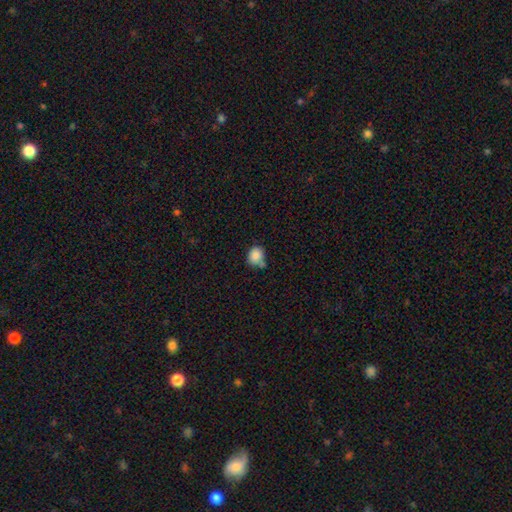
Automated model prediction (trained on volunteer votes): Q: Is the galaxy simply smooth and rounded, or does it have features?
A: smooth — 86%.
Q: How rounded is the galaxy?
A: round — 65%.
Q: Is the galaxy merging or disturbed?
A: none — 56%.